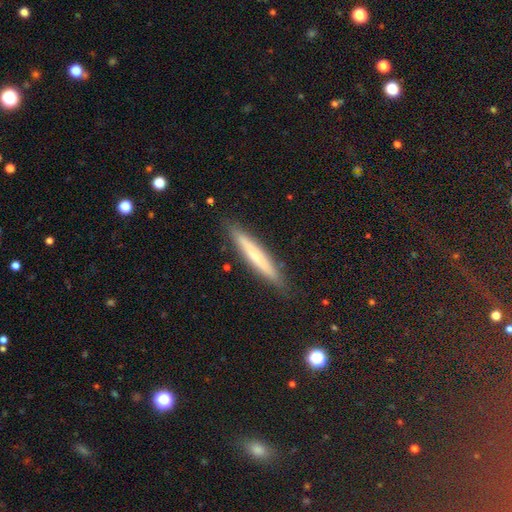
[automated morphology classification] A smooth galaxy with no disk features (53%) that is cigar-shaped (95%). Merging: none (90%).